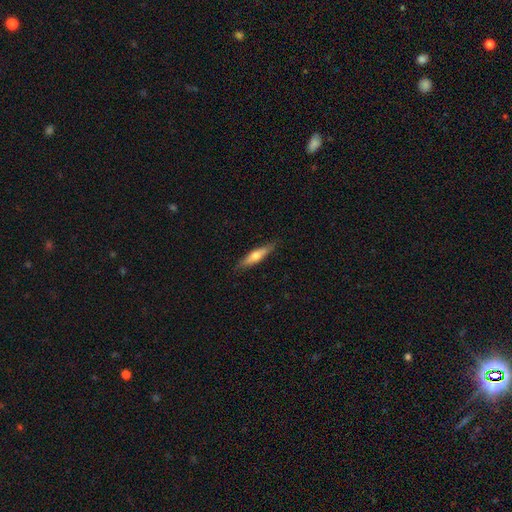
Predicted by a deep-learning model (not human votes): A smooth galaxy with no disk features (52%) that is cigar-shaped (75%).

Vote fractions:
- Smooth or featured? smooth: 52% / featured or disk: 42% / star or artifact: 6%
- How rounded? cigar-shaped: 75% / in between: 23% / round: 2%
- Merging? none: 86% / minor disturbance: 11% / major disturbance: 2% / merger: 1%